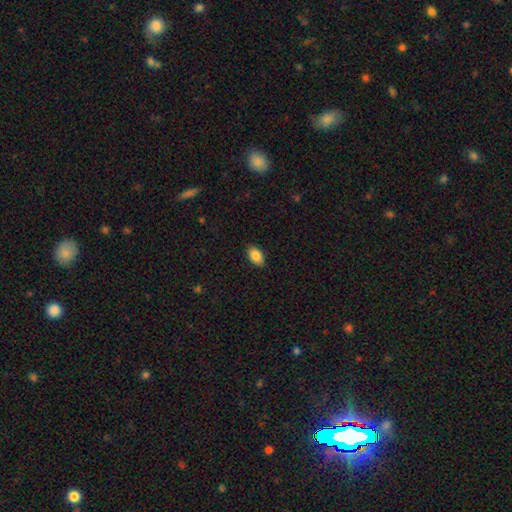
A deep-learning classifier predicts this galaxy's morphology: This is clearly a smooth galaxy (86%). How rounded: clearly in between (92%). Merging: clearly none (88%).